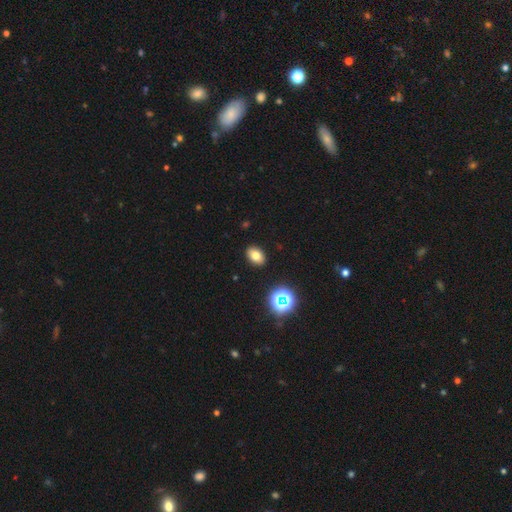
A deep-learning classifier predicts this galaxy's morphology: A smooth galaxy with no disk features (75%) that is in between round and cigar-shaped (79%). Merging: none (89%).